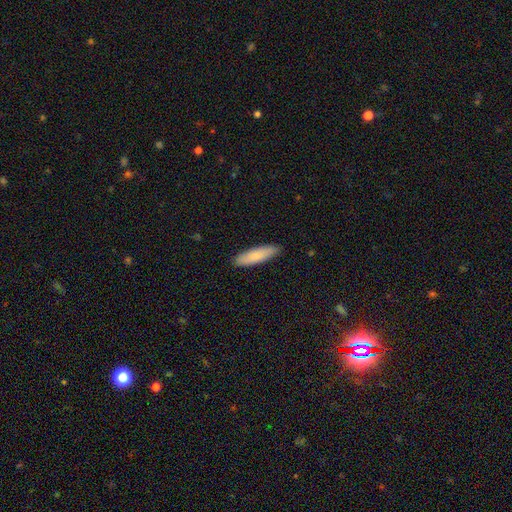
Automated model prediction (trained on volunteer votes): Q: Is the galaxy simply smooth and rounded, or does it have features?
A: smooth — 85%.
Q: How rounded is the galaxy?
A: cigar-shaped — 67%.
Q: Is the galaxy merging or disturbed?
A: none — 89%.